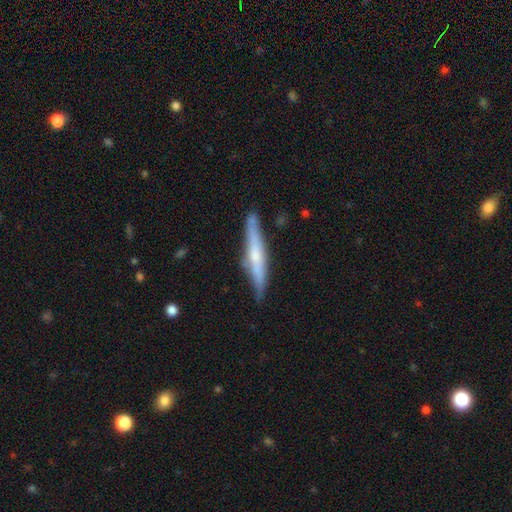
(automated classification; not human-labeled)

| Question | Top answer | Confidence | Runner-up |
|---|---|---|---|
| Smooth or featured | featured or disk | 55% | smooth (39%) |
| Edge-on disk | yes | 94% | no (6%) |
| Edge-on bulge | rounded | 55% | none (33%) |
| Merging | none | 81% | minor disturbance (14%) |